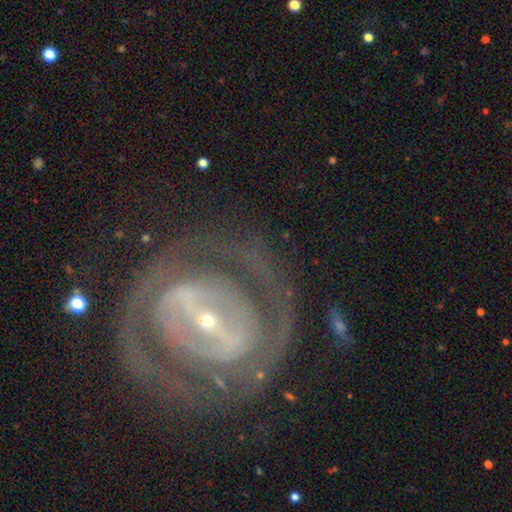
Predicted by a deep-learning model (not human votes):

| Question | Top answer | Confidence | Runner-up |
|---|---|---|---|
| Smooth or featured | featured or disk | 84% | smooth (10%) |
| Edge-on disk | no | 94% | yes (6%) |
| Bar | strong | 60% | weak (26%) |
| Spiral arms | yes | 72% | no (28%) |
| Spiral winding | tight | 64% | medium (27%) |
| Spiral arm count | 2 | 47% | can't tell (30%) |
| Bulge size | small | 81% | moderate (15%) |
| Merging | none | 73% | minor disturbance (13%) |